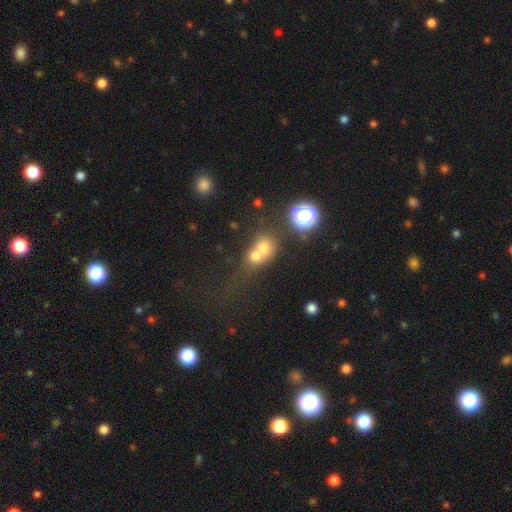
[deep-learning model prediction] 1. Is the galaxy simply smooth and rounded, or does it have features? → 67% smooth, 17% featured or disk, 16% star or artifact.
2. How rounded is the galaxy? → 74% round, 24% in between, 1% cigar-shaped.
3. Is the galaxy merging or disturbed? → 62% merger, 28% none, 6% minor disturbance, 4% major disturbance.